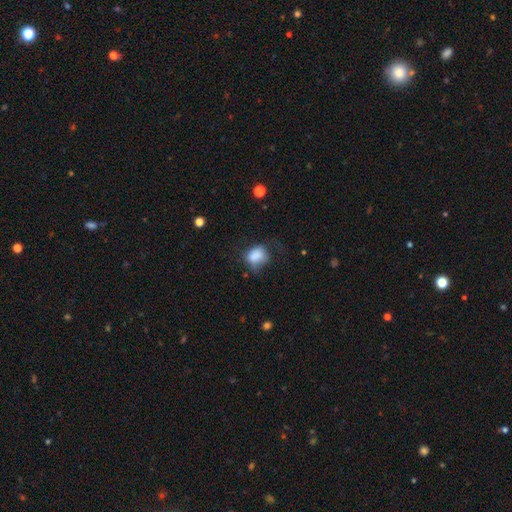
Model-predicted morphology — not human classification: This appears to be a smooth galaxy with no disk features (79%) that is in between round and cigar-shaped (56%). Merging: none (33%).